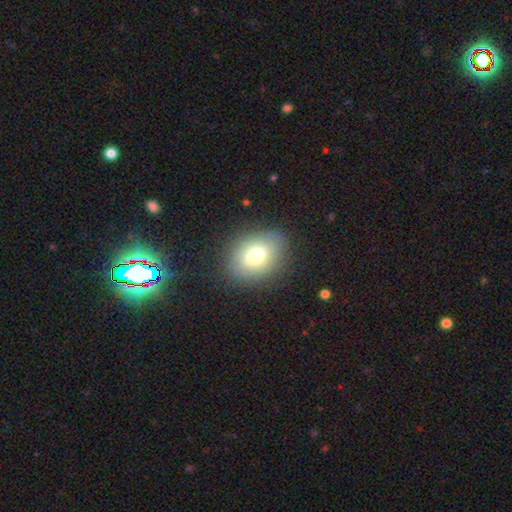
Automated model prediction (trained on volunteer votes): Overall: smooth (73%). How rounded: in between (76%). Merging: none (82%).